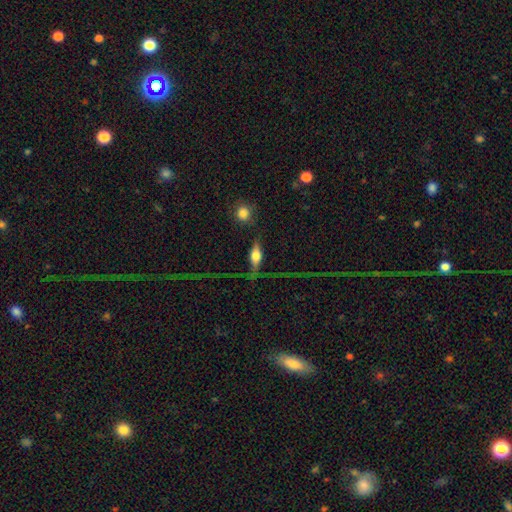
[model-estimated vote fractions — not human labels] Smooth or featured: featured or disk — 53% (smooth — 37%)
Edge-on disk: yes — 80% (no — 20%)
Merging: none — 58% (minor disturbance — 18%)